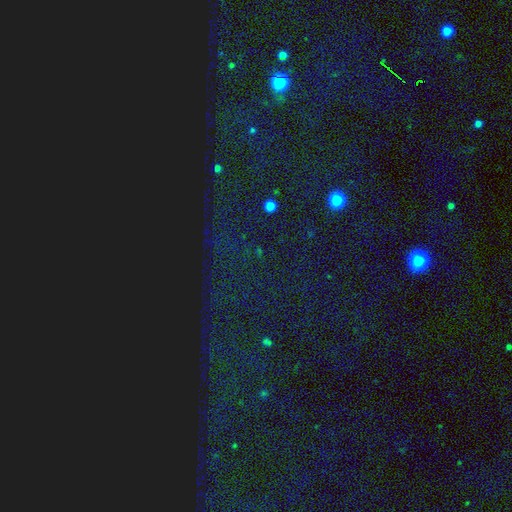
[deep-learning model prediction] Smooth or featured: star or artifact — 85% (smooth — 9%)